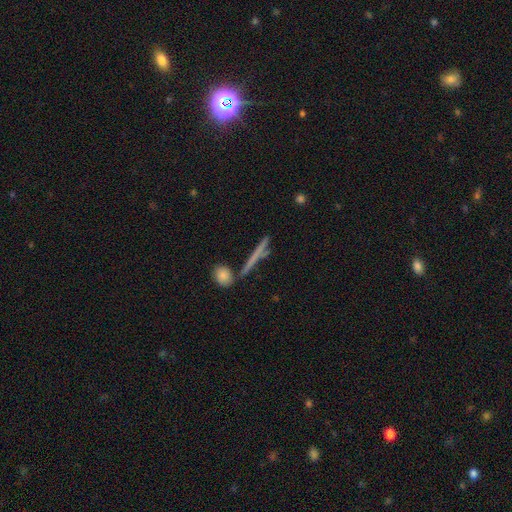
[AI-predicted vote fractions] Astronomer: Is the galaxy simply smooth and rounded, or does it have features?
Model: smooth — 47% (runner-up: featured or disk, 44%).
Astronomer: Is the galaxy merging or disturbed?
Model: none — 74%.